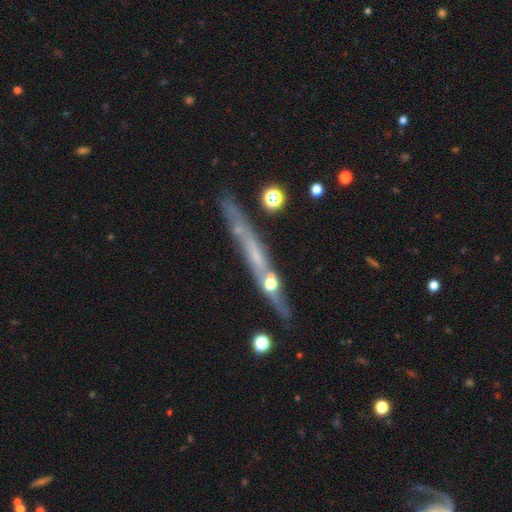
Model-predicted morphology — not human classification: featured or disk 60%, smooth 28%, star or artifact 12%. Down the decision tree: edge-on disk — yes (89%); edge-on bulge — none (68%); merging — none (71%).